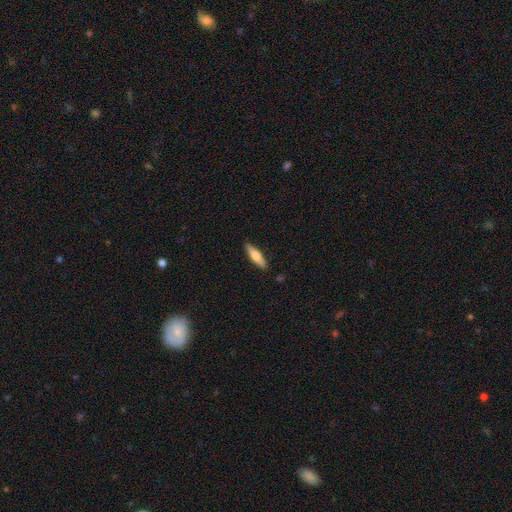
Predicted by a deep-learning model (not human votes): This is likely a smooth galaxy (62%). How rounded: likely cigar-shaped (69%). Merging: clearly none (88%).